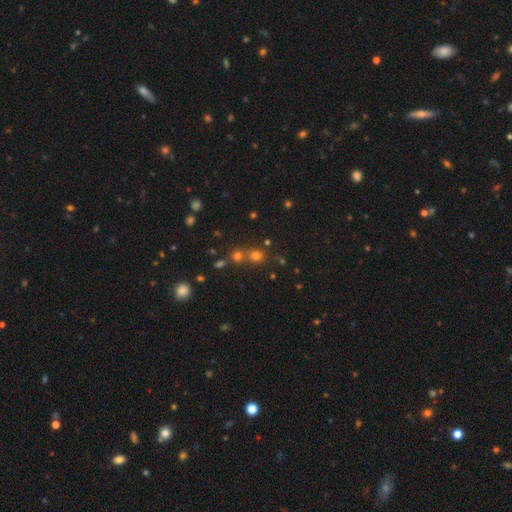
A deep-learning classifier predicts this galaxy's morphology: This is possibly a smooth galaxy (57%). How rounded: clearly round (89%). Merging: likely none (65%).